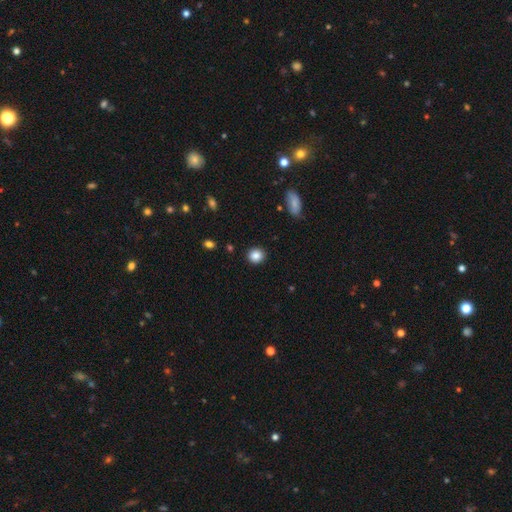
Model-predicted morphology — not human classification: Smooth or featured? Predicted: smooth (p=0.86). How rounded? Predicted: round (p=0.87). Merging? Predicted: none (p=0.91).